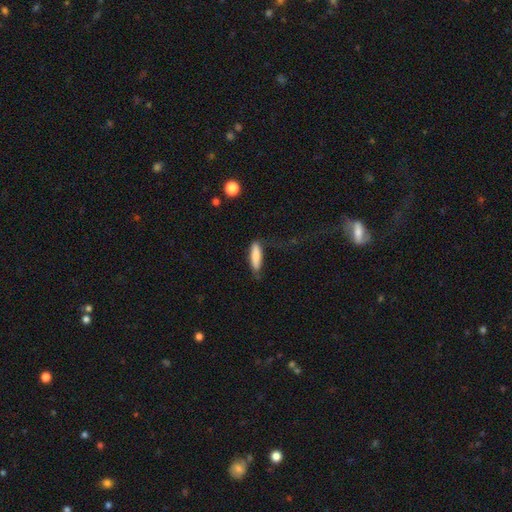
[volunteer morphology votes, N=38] This is likely a smooth galaxy (79%). How rounded: likely cigar-shaped (73%). Merging: possibly minor disturbance (46%).